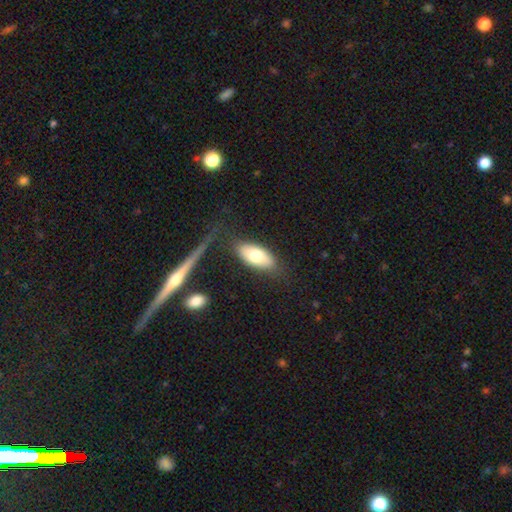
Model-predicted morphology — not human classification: Smooth or featured? smooth (72%)
How rounded? in between (88%)
Merging? none (78%)